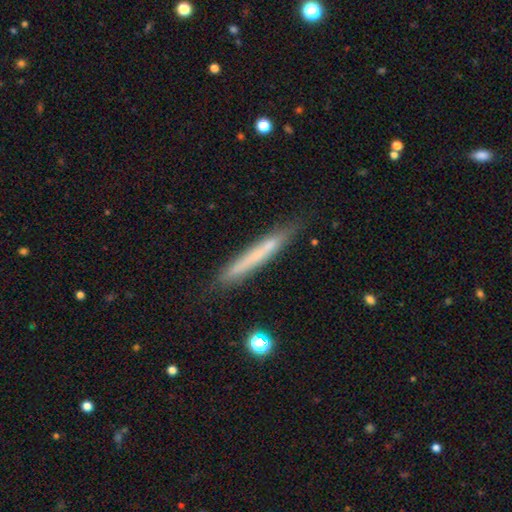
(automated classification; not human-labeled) Smooth or featured: smooth — 59% (featured or disk — 34%)
How rounded: cigar-shaped — 96% (in between — 2%)
Merging: none — 84% (minor disturbance — 12%)